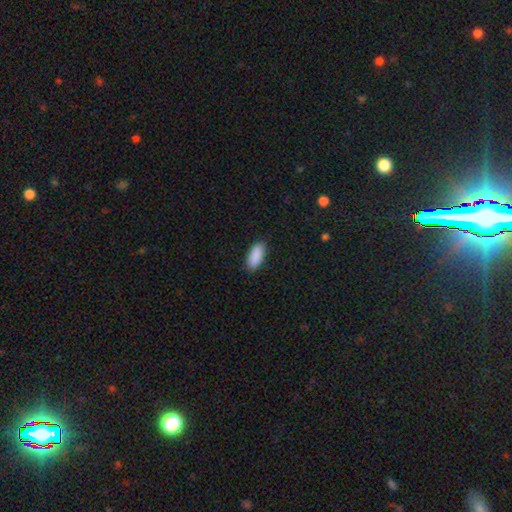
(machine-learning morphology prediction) Q: Smooth or featured?
A: smooth (91%); runner-up: star or artifact (6%)
Q: How rounded?
A: in between (86%); runner-up: cigar-shaped (13%)
Q: Merging?
A: none (88%); runner-up: minor disturbance (9%)